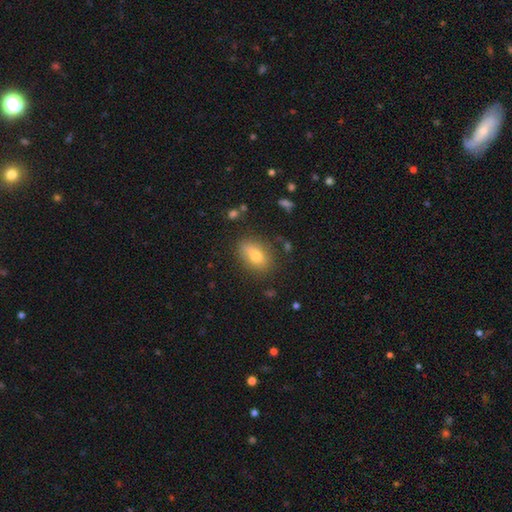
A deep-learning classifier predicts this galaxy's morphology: This is likely a smooth galaxy (72%). How rounded: likely in between (76%). Merging: likely none (74%).